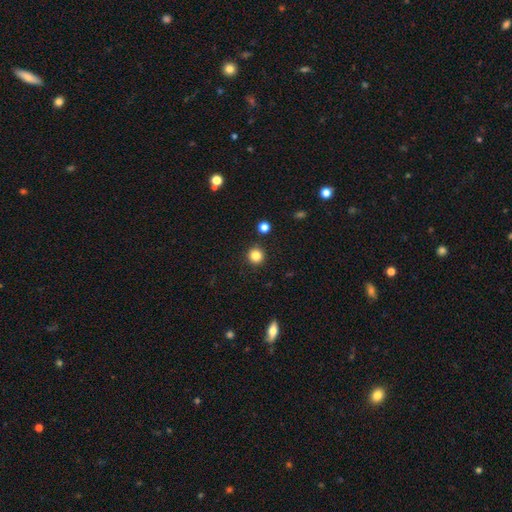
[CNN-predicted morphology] Smooth or featured?
  - smooth: 84% *
  - star or artifact: 12%
  - featured or disk: 5%
How rounded?
  - round: 95% *
  - in between: 4%
  - cigar-shaped: 1%
Merging?
  - none: 91% *
  - minor disturbance: 5%
  - merger: 2%
  - major disturbance: 2%